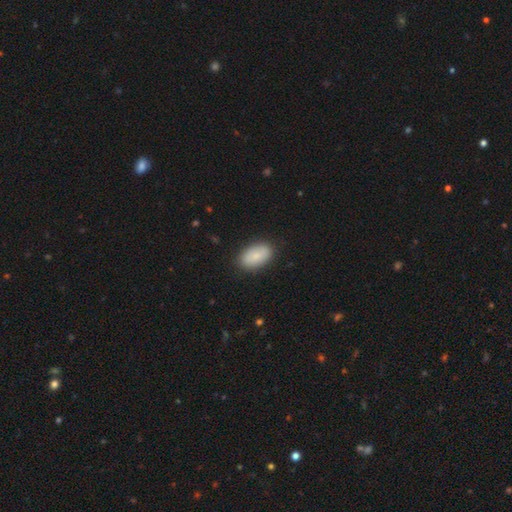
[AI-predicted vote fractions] A smooth galaxy with no disk features (84%) that is in between round and cigar-shaped (93%).

Vote fractions:
- Smooth or featured? smooth: 84% / featured or disk: 10% / star or artifact: 6%
- How rounded? in between: 93% / round: 5% / cigar-shaped: 2%
- Merging? none: 86% / minor disturbance: 10% / major disturbance: 3% / merger: 1%